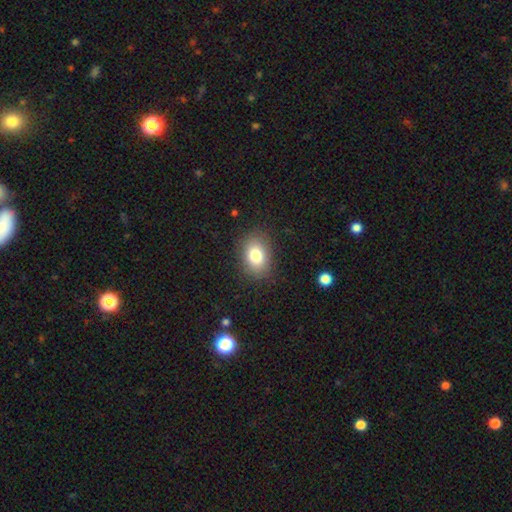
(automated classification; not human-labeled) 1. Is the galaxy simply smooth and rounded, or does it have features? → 80% smooth, 10% featured or disk, 9% star or artifact.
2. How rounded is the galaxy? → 76% in between, 23% round, 1% cigar-shaped.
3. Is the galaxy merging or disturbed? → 85% none, 10% minor disturbance, 3% major disturbance, 1% merger.